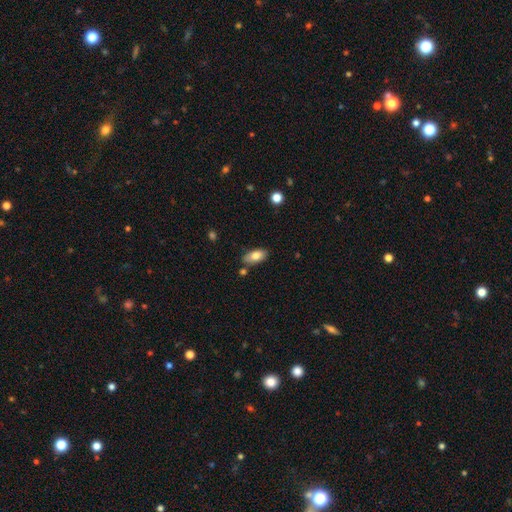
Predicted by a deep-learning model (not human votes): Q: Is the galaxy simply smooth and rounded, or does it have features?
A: smooth — 78%.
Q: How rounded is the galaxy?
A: in between — 90%.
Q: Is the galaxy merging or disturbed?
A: none — 79%.